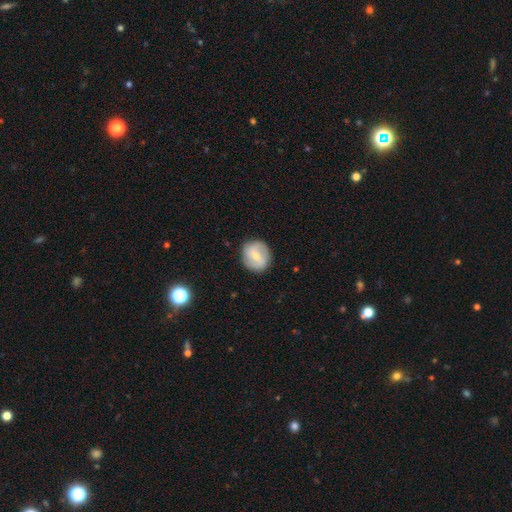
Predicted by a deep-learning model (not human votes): A featured or disk galaxy (53%) with a weak bar (47%), spiral arms (73%) and a small central bulge (55%).

Vote fractions:
- Smooth or featured? featured or disk: 53% / smooth: 41% / star or artifact: 6%
- Edge-on disk? no: 96% / yes: 4%
- Bar? weak: 47% / strong: 30% / no: 24%
- Spiral arms? yes: 73% / no: 27%
- Bulge size? small: 55% / moderate: 40% / none: 2% / large: 2% / dominant: 1%
- Merging? none: 86% / minor disturbance: 10% / major disturbance: 3% / merger: 1%